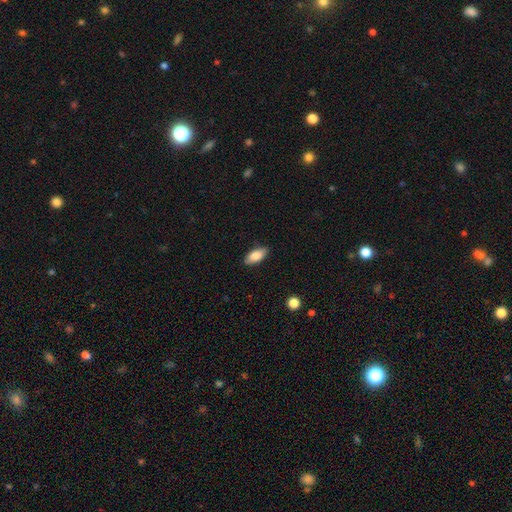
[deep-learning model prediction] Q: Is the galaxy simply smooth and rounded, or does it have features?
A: smooth — 84%.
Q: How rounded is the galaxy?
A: in between — 88%.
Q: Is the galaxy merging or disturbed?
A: none — 86%.